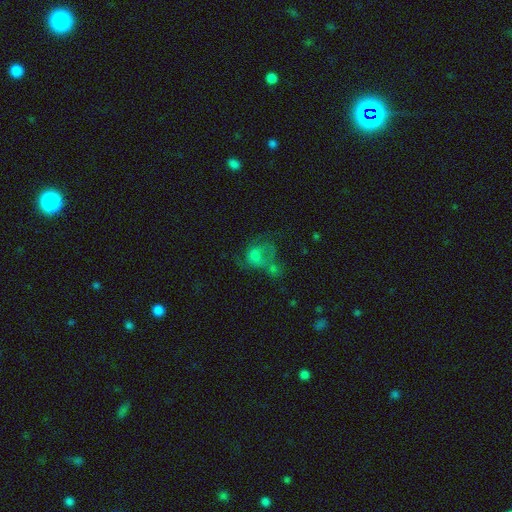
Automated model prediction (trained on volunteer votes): smooth-or-featured: smooth: 52% | featured or disk: 32% | star or artifact: 15%
  how-rounded: round: 50% | in between: 48% | cigar-shaped: 2%
  merging: merger: 34% | major disturbance: 30% | none: 22% | minor disturbance: 14%